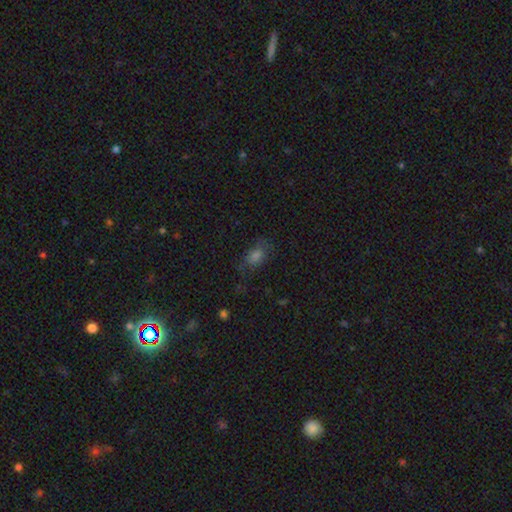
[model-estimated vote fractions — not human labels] Smooth or featured?
  - smooth: 61% *
  - star or artifact: 23%
  - featured or disk: 16%
How rounded?
  - in between: 78% *
  - round: 17%
  - cigar-shaped: 5%
Merging?
  - none: 63% *
  - minor disturbance: 22%
  - major disturbance: 13%
  - merger: 2%